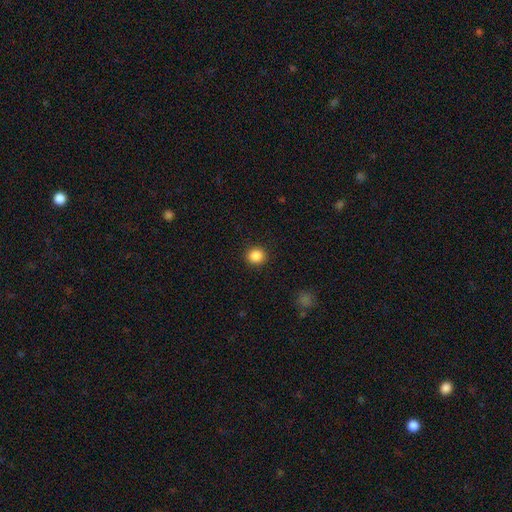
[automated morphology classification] The model was most divided on "smooth or featured": smooth: 86%, star or artifact: 10%, featured or disk: 3%. More confident: merging — none (92%); how rounded — round (90%).